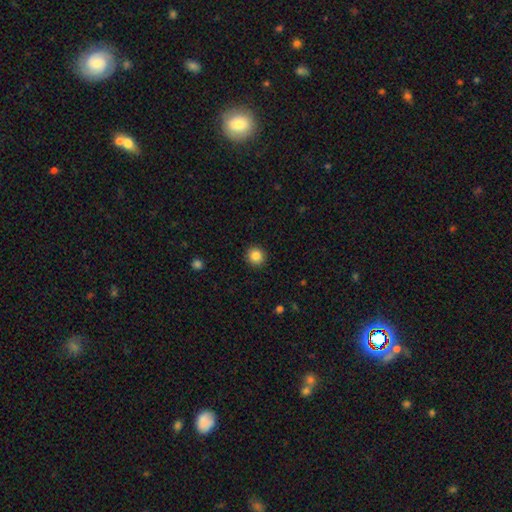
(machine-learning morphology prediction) Smooth or featured? Predicted: smooth (p=0.85). How rounded? Predicted: round (p=0.92). Merging? Predicted: none (p=0.92).